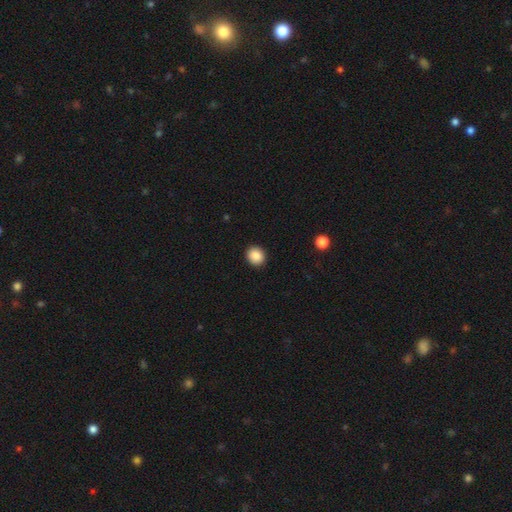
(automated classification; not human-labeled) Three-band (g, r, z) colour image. It shows a smooth galaxy with no disk features (88%) that is round (79%). Merging: none (92%).